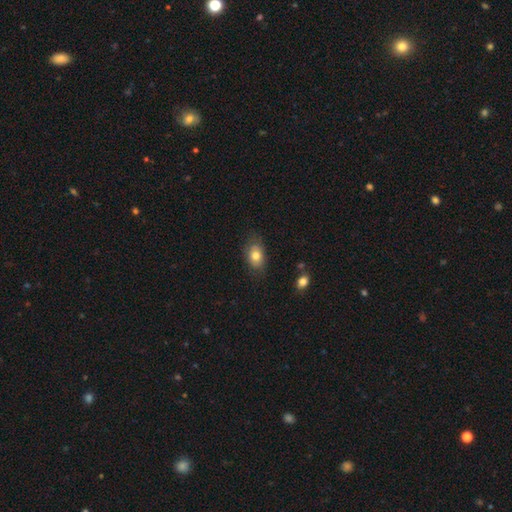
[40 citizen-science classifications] Morphology: type=smooth (70%); roundness=in between (86%); merging=none (69%).